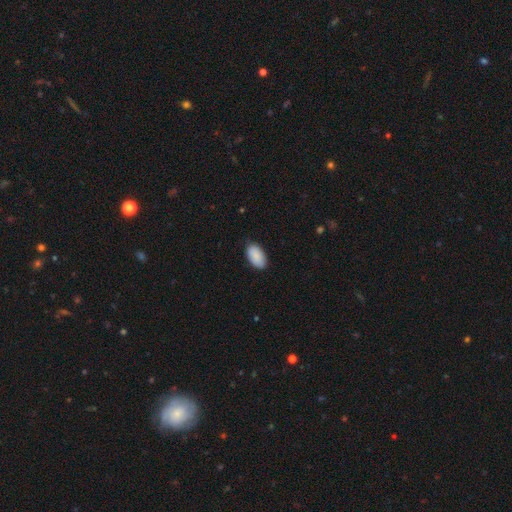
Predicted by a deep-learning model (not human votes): Smooth or featured? smooth (89%)
How rounded? in between (95%)
Merging? none (84%)